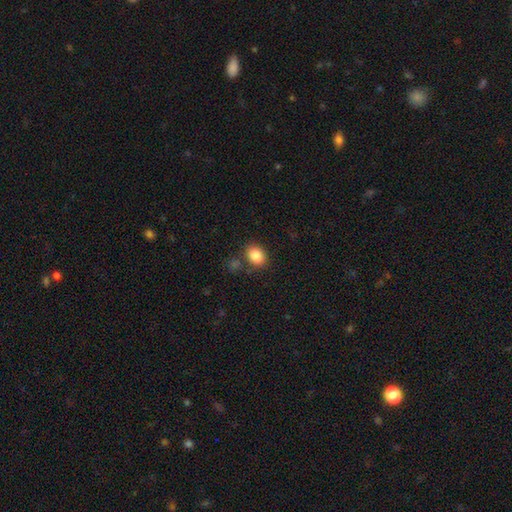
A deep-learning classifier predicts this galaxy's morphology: A smooth galaxy with no disk features (86%) that is in between round and cigar-shaped (61%). Merging: none (78%).